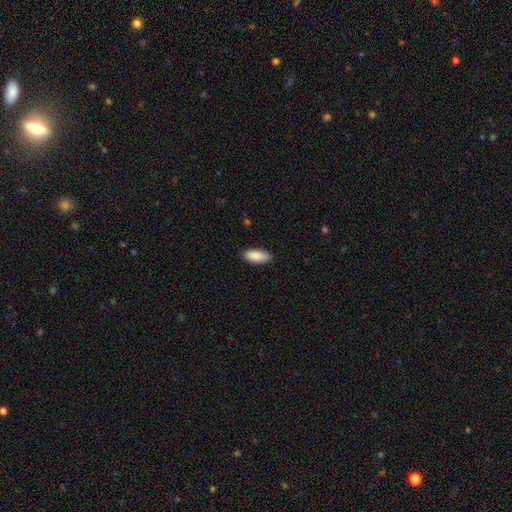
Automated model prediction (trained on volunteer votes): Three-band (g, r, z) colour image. It shows a smooth galaxy with no disk features (90%) that is in between round and cigar-shaped (88%). Merging: none (85%).